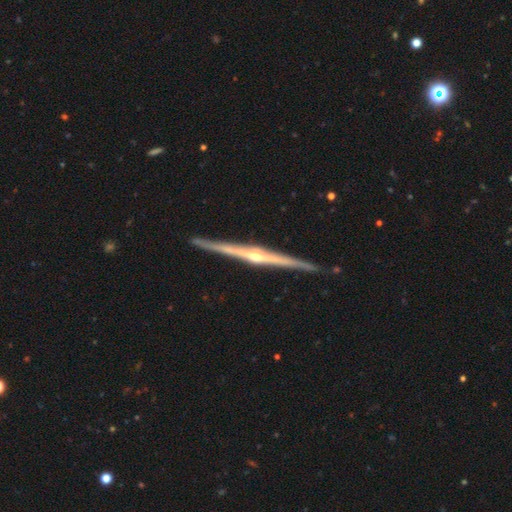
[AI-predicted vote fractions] The model was most divided on "edge-on bulge": rounded: 84%, none: 9%, boxy: 7%. More confident: edge-on disk — yes (99%); merging — none (91%); smooth or featured — featured or disk (89%).